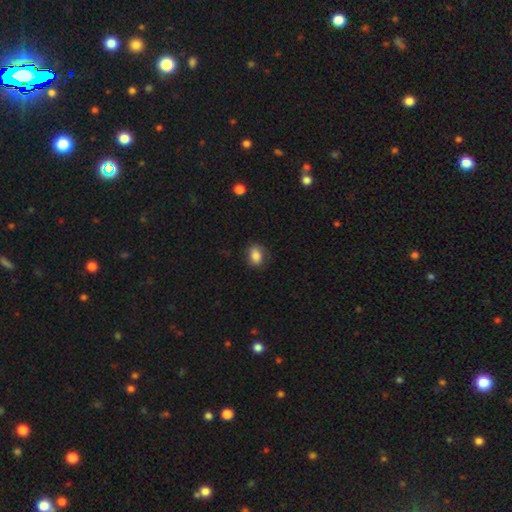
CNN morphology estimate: Smooth or featured: smooth — 83% (featured or disk — 9%)
How rounded: in between — 64% (round — 34%)
Merging: none — 73% (minor disturbance — 20%)